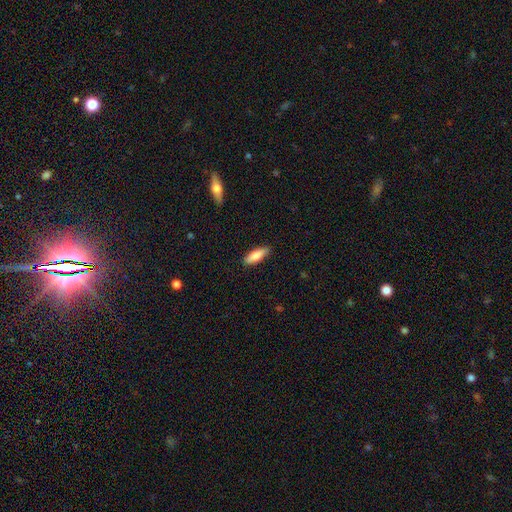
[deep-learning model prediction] smooth-or-featured: smooth: 82% | featured or disk: 12% | star or artifact: 6%
  how-rounded: in between: 58% | cigar-shaped: 40% | round: 2%
  merging: none: 86% | minor disturbance: 11% | major disturbance: 2% | merger: 1%